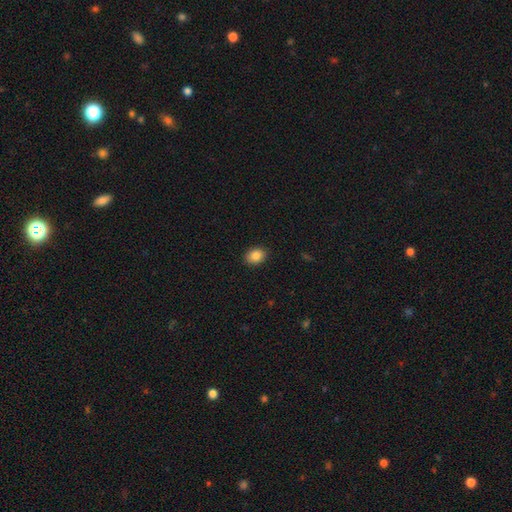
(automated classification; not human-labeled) Smooth or featured: smooth — 86% (star or artifact — 9%)
How rounded: in between — 63% (round — 36%)
Merging: none — 90% (minor disturbance — 8%)